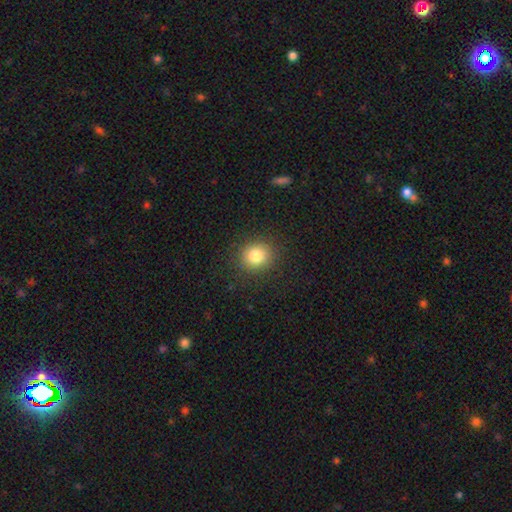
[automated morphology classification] A smooth galaxy with no disk features (82%) that is round (81%). Merging: none (88%).